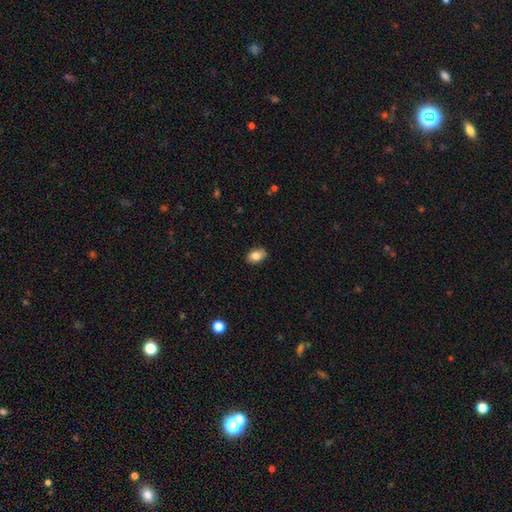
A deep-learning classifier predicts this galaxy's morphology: A smooth galaxy with no disk features (84%) that is in between round and cigar-shaped (84%). Merging: none (85%).